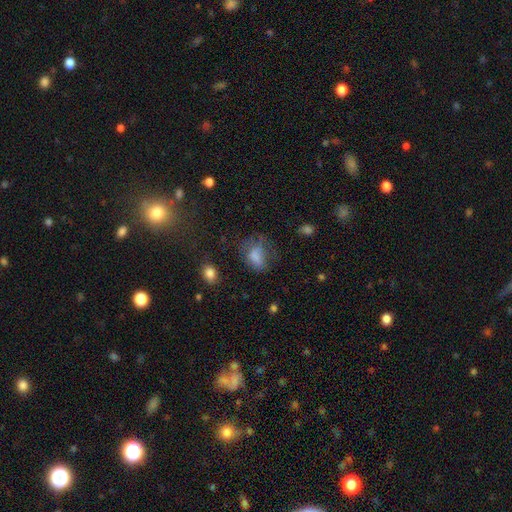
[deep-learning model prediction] Smooth or featured? smooth (70%)
How rounded? in between (73%)
Merging? none (39%)